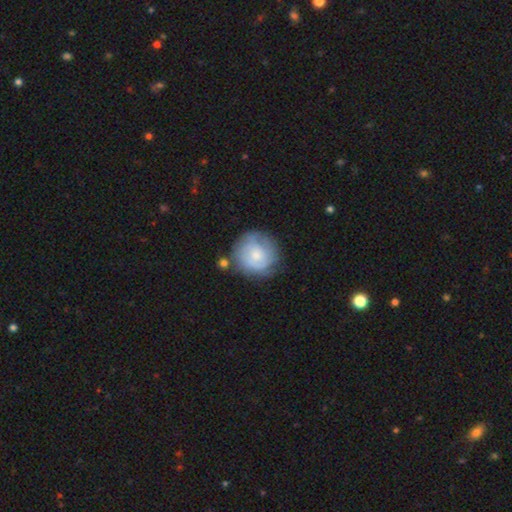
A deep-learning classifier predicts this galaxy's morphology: Smooth or featured? Predicted: featured or disk (p=0.48). Merging? Predicted: none (p=0.67).